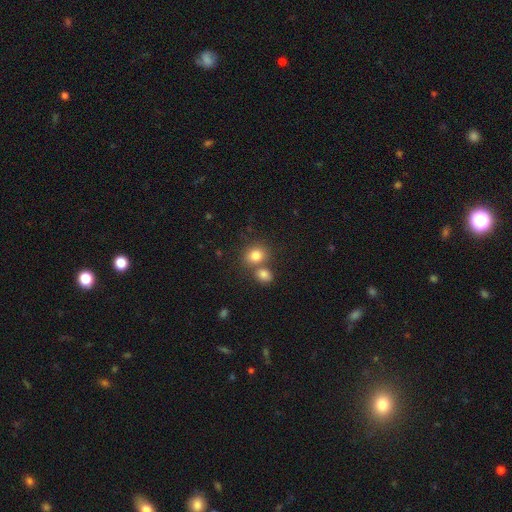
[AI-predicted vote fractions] Smooth or featured? smooth (81%)
How rounded? round (64%)
Merging? none (53%)